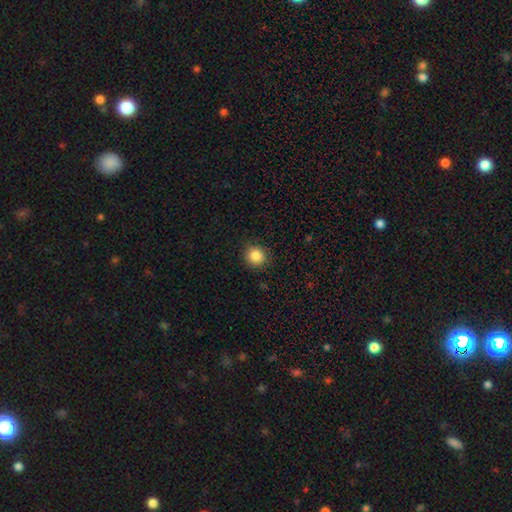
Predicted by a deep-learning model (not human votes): smooth_or_featured: smooth (p=0.86) [alt: star or artifact p=0.10]
how_rounded: round (p=0.89) [alt: in between p=0.10]
merging: none (p=0.89) [alt: minor disturbance p=0.08]